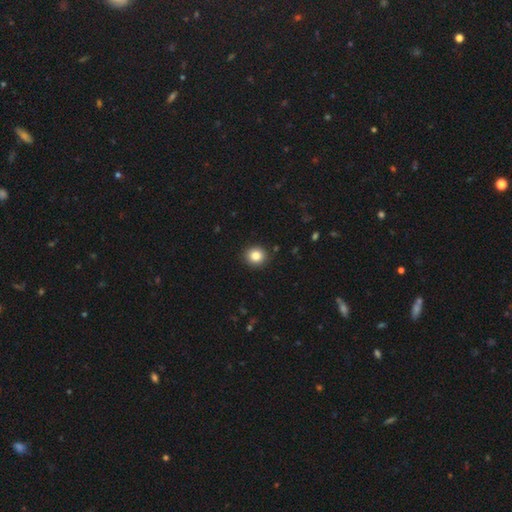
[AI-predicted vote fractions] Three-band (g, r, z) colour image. It shows a smooth galaxy with no disk features (84%) that is round (86%). Merging: none (92%).